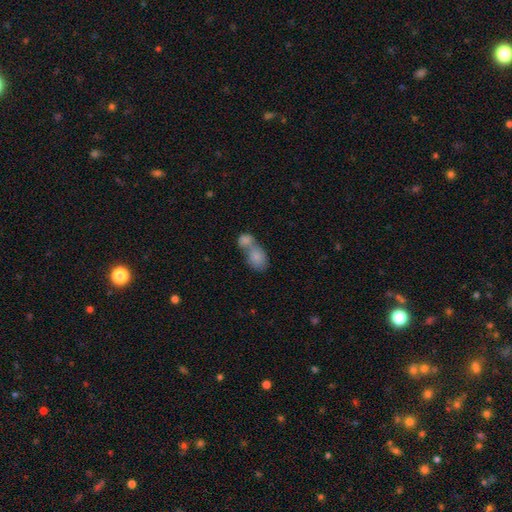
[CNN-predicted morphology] type=smooth (82%); roundness=in between (77%); merging=merger (73%).